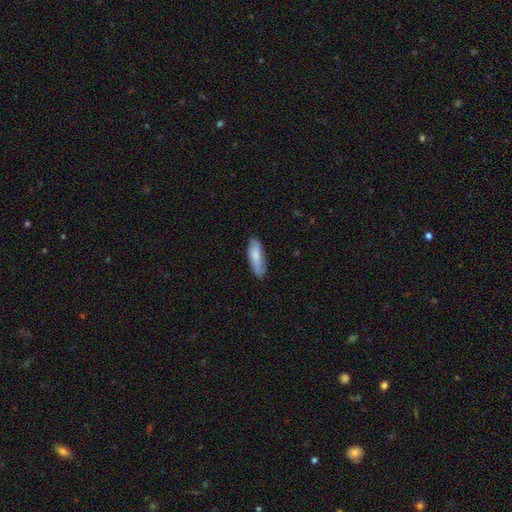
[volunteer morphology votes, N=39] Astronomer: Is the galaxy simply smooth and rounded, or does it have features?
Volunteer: smooth — 67%.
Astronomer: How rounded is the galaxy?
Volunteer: in between — 58% (runner-up: cigar-shaped, 42%).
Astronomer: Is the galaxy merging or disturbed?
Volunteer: none — 56%.